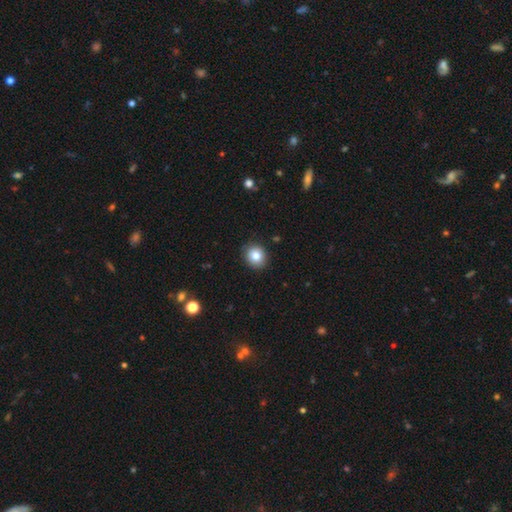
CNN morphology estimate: smooth 81%, star or artifact 10%, featured or disk 8%. Down the decision tree: how rounded — round (83%); merging — none (89%).